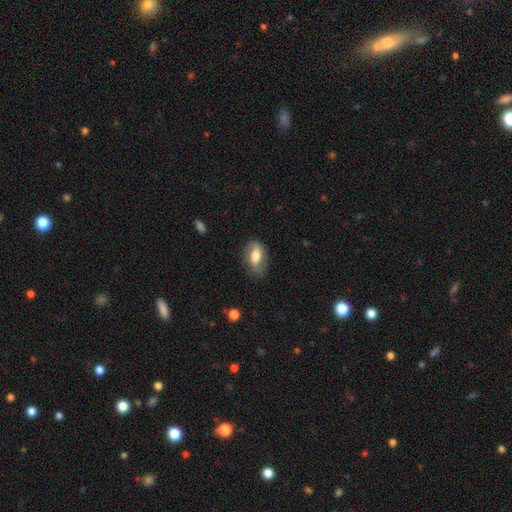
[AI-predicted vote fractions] Overall: smooth (49%; featured or disk 43%). Merging: none (69%).